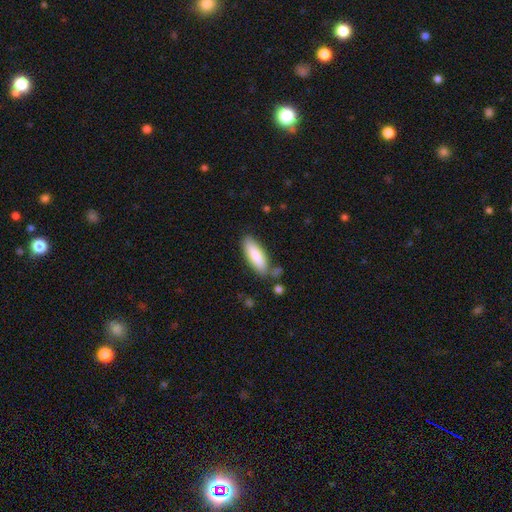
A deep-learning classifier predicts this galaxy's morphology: Smooth or featured? smooth (85%)
How rounded? in between (58%)
Merging? none (75%)